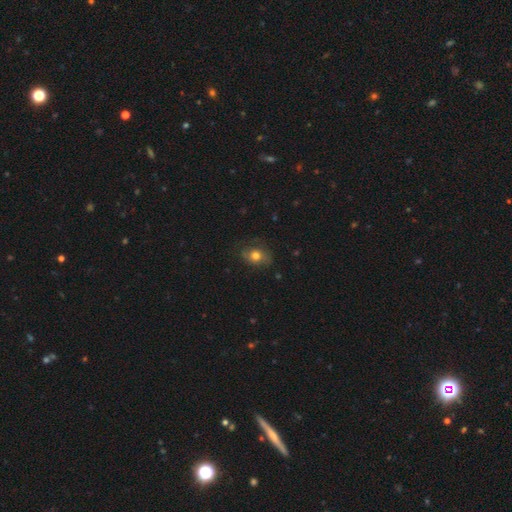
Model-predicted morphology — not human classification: smooth 67%, featured or disk 23%, star or artifact 10%. Down the decision tree: how rounded — in between (57%); merging — none (68%).